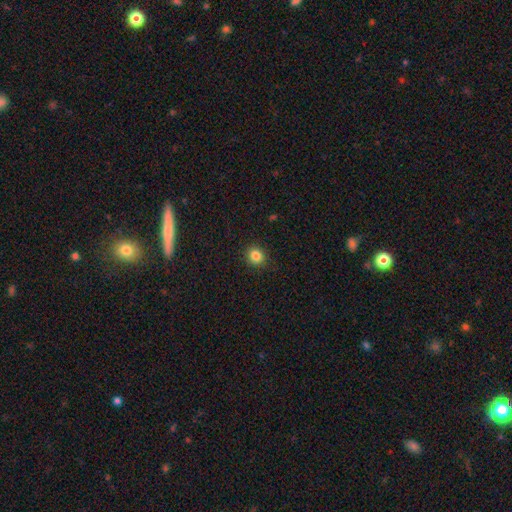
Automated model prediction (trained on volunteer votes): A smooth galaxy with no disk features (84%) that is round (84%).

Vote fractions:
- Smooth or featured? smooth: 84% / star or artifact: 11% / featured or disk: 5%
- How rounded? round: 84% / in between: 15% / cigar-shaped: 1%
- Merging? none: 90% / minor disturbance: 7% / major disturbance: 2% / merger: 1%